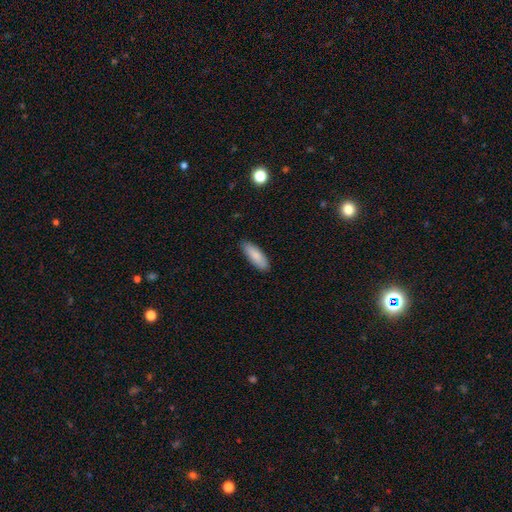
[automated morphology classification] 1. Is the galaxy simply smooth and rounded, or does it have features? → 87% smooth, 8% featured or disk, 6% star or artifact.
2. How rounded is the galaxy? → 60% in between, 39% cigar-shaped, 1% round.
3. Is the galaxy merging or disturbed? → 87% none, 10% minor disturbance, 2% major disturbance, 1% merger.